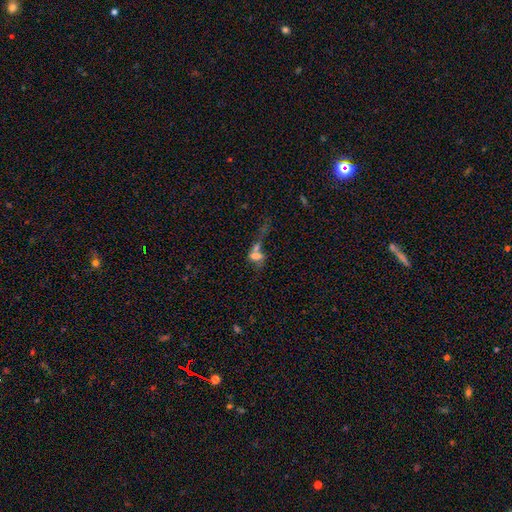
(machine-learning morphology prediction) Smooth or featured? smooth (54%)
How rounded? in between (66%)
Merging? merger (59%)